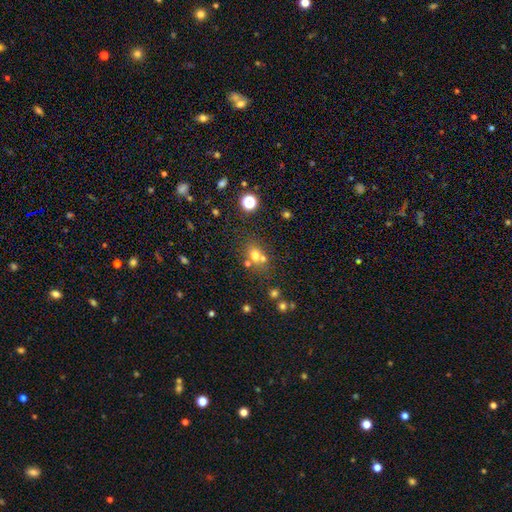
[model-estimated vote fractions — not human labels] This appears to be a smooth galaxy with no disk features (66%) that is round (59%). Merging: none (53%).